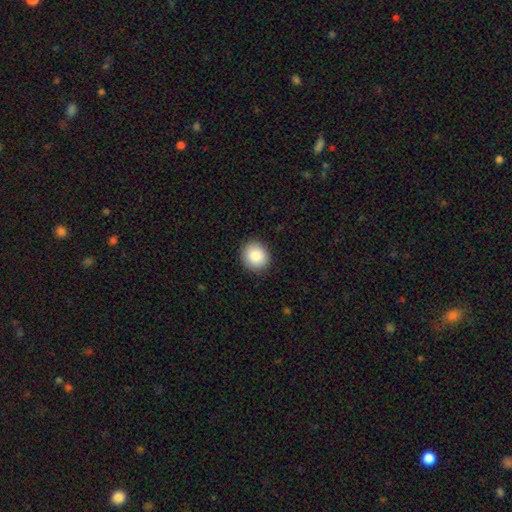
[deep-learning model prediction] A smooth galaxy with no disk features (87%) that is round (81%). Merging: none (90%).